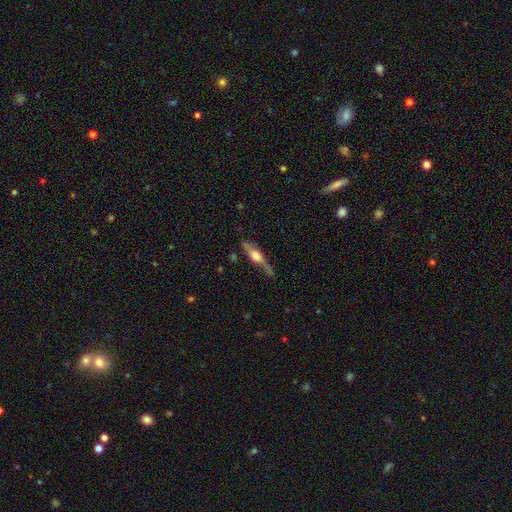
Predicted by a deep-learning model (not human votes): smooth_or_featured: featured or disk (p=0.67) [alt: smooth p=0.27]
disk_edge_on: yes (p=0.94) [alt: no p=0.06]
edge_on_bulge: rounded (p=0.90) [alt: boxy p=0.07]
merging: none (p=0.70) [alt: minor disturbance p=0.20]